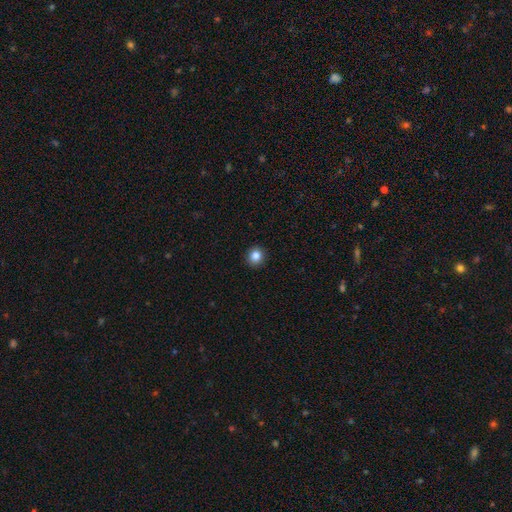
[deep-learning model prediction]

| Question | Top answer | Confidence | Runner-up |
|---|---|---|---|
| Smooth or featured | smooth | 85% | star or artifact (11%) |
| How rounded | round | 90% | in between (9%) |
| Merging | none | 93% | minor disturbance (5%) |